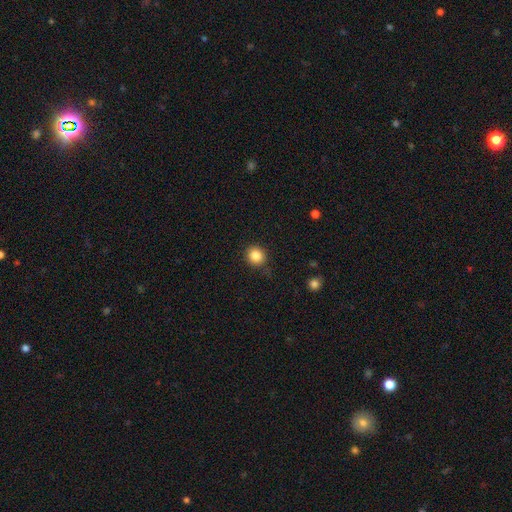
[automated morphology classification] Smooth or featured? Predicted: smooth (p=0.85). How rounded? Predicted: round (p=0.88). Merging? Predicted: none (p=0.86).